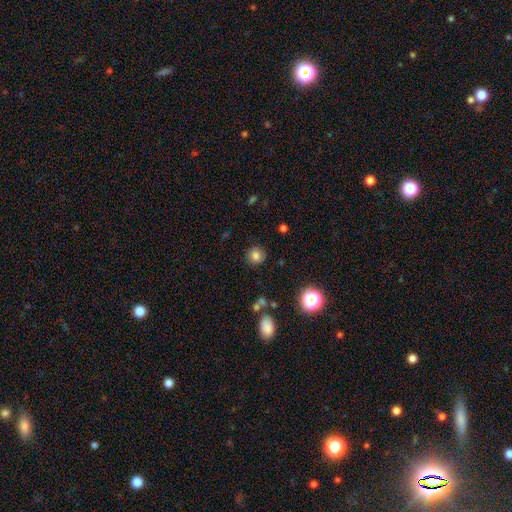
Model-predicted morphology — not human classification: Q: Smooth or featured?
A: smooth (80%); runner-up: star or artifact (14%)
Q: How rounded?
A: round (88%); runner-up: in between (11%)
Q: Merging?
A: none (86%); runner-up: minor disturbance (9%)